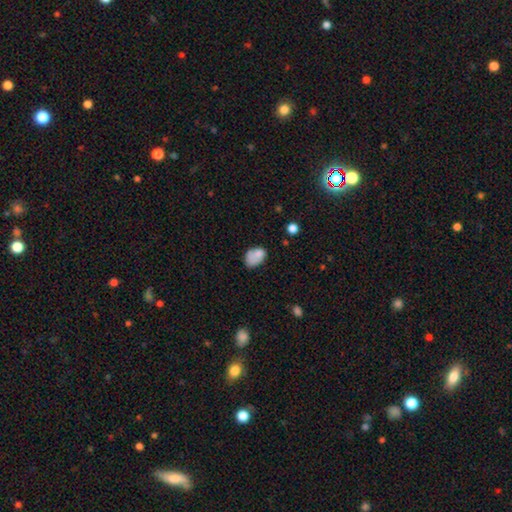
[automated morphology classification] The model was most divided on "merging": none: 45%, minor disturbance: 31%, major disturbance: 14%, merger: 10%. More confident: how rounded — in between (82%); smooth or featured — smooth (77%).